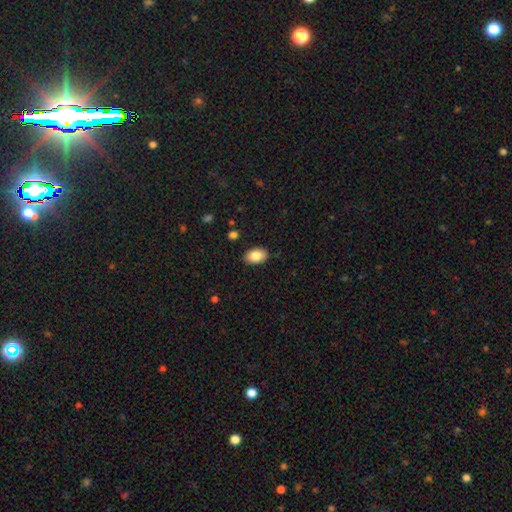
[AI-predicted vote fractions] smooth 85%, featured or disk 7%, star or artifact 7%. Down the decision tree: how rounded — in between (90%); merging — none (88%).